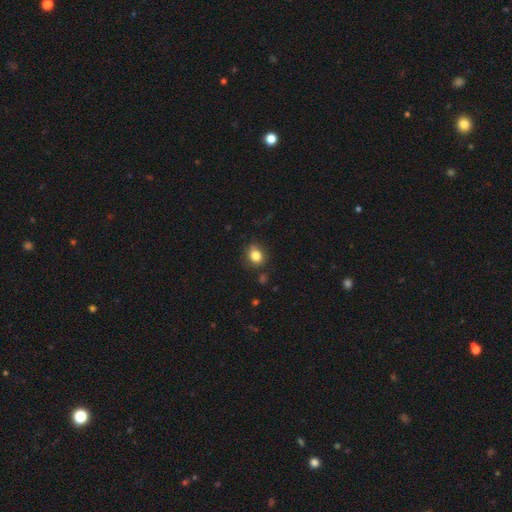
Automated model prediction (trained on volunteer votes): Morphology: type=smooth (82%); roundness=round (62%); merging=none (78%).